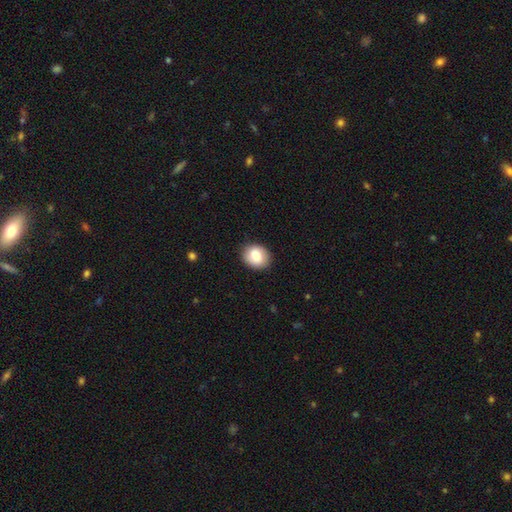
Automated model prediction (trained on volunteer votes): smooth 82%, featured or disk 11%, star or artifact 7%. Down the decision tree: how rounded — round (56%); merging — none (88%).